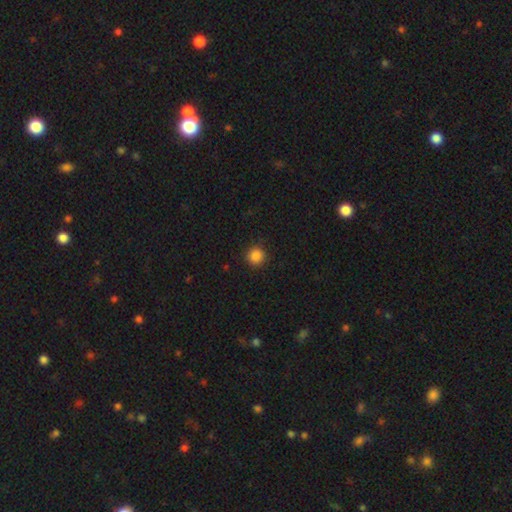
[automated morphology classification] Smooth or featured: smooth — 86% (star or artifact — 11%)
How rounded: round — 93% (in between — 6%)
Merging: none — 89% (minor disturbance — 8%)